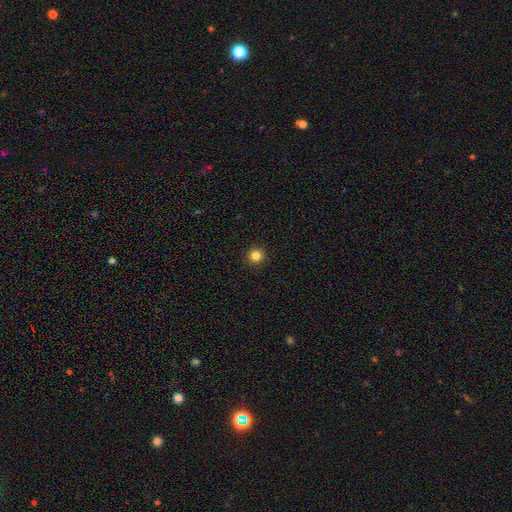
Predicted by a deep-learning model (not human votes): This appears to be a smooth galaxy with no disk features (83%) that is round (96%). Merging: none (94%).